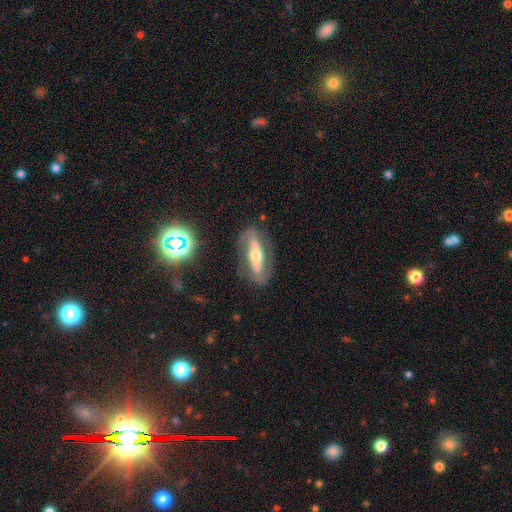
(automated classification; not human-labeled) The model was most divided on "bar": strong: 42%, no: 38%, weak: 20%. More confident: edge-on disk — no (78%); merging — none (78%); smooth or featured — featured or disk (69%); spiral arms — yes (66%); bulge size — moderate (57%).